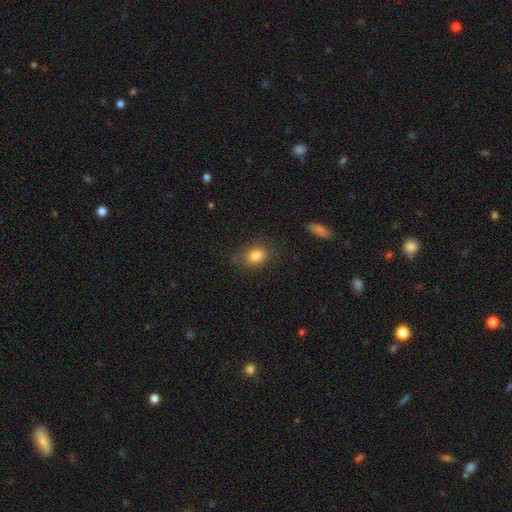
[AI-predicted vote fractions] Q: Smooth or featured?
A: smooth (82%); runner-up: star or artifact (10%)
Q: How rounded?
A: in between (64%); runner-up: round (34%)
Q: Merging?
A: none (77%); runner-up: minor disturbance (15%)